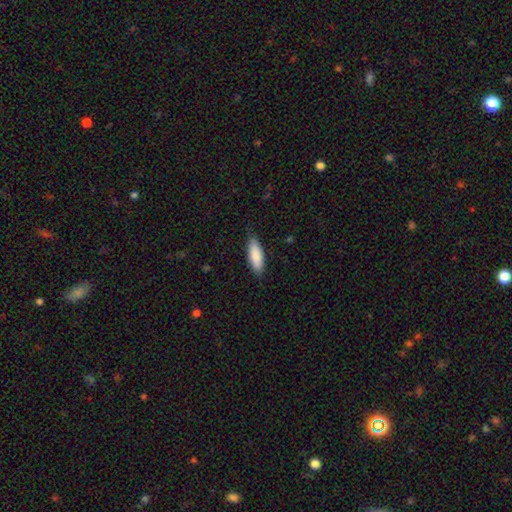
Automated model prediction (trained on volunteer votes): This is clearly a smooth galaxy (88%). How rounded: likely in between (64%). Merging: clearly none (86%).